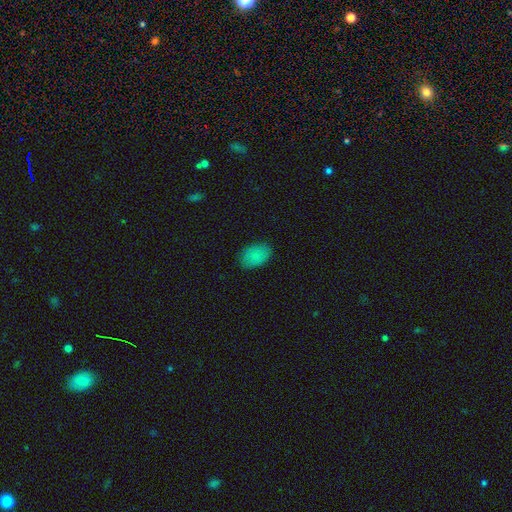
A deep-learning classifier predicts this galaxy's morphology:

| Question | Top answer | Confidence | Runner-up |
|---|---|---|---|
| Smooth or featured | smooth | 83% | star or artifact (9%) |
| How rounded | in between | 88% | round (11%) |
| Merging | none | 85% | minor disturbance (12%) |